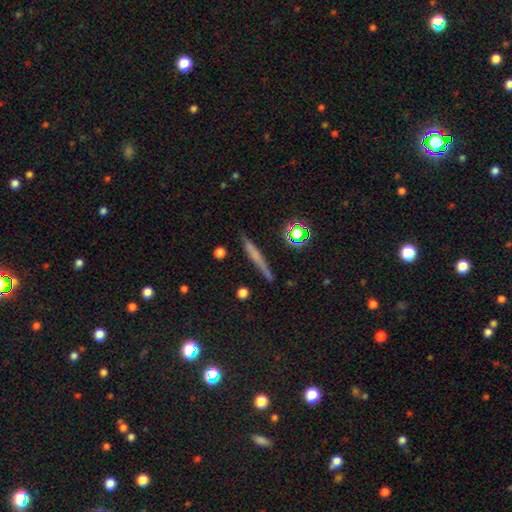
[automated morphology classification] Smooth or featured: smooth — 49% (featured or disk — 37%)
Merging: none — 84% (minor disturbance — 11%)